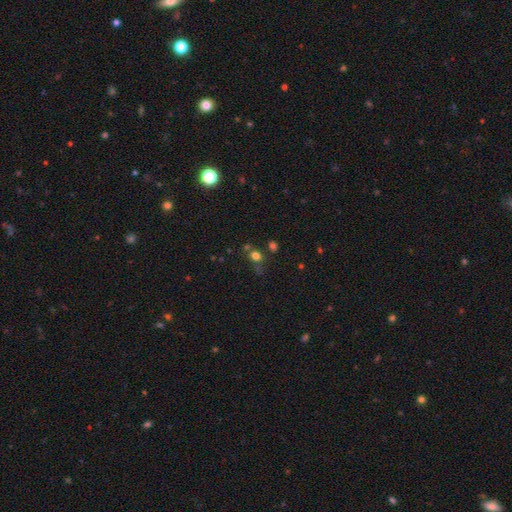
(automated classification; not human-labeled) This is likely a smooth galaxy (68%). How rounded: likely round (78%). Merging: likely none (62%).